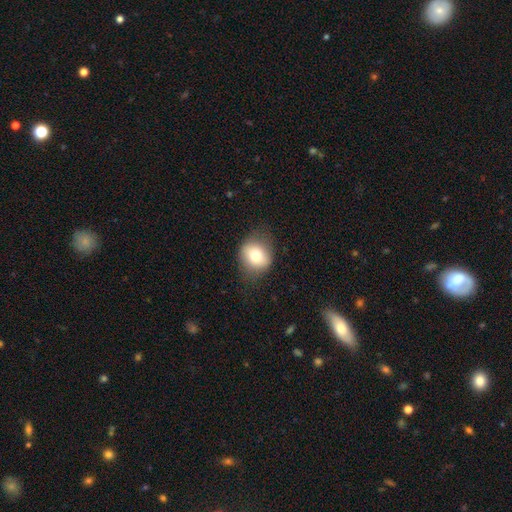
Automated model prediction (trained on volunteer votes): Q: Smooth or featured?
A: smooth (76%); runner-up: featured or disk (16%)
Q: How rounded?
A: round (59%); runner-up: in between (40%)
Q: Merging?
A: none (72%); runner-up: minor disturbance (21%)